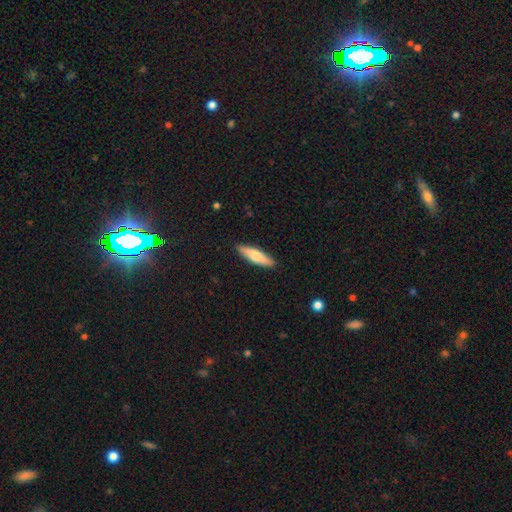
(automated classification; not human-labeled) Morphology: type=smooth (71%); roundness=cigar-shaped (70%); merging=none (89%).